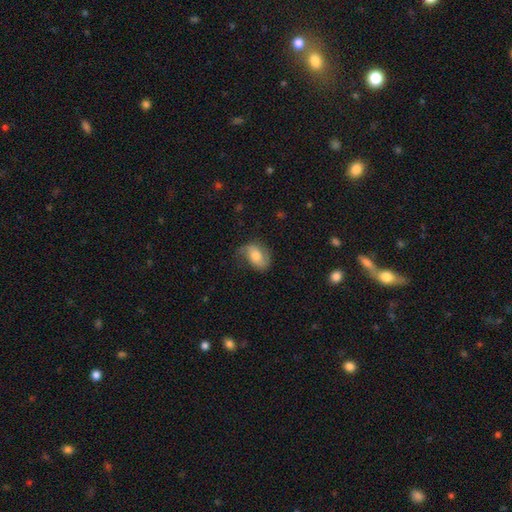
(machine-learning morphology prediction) A featured or disk galaxy (51%).

Vote fractions:
- Smooth or featured? featured or disk: 51% / smooth: 41% / star or artifact: 8%
- Edge-on disk? no: 96% / yes: 4%
- Merging? none: 59% / minor disturbance: 27% / major disturbance: 13% / merger: 2%